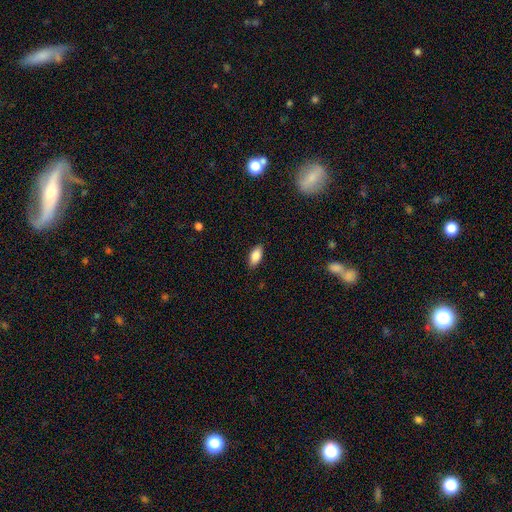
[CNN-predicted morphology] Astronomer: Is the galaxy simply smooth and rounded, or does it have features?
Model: smooth — 85%.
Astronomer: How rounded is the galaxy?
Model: in between — 89%.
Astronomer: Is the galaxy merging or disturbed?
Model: none — 87%.